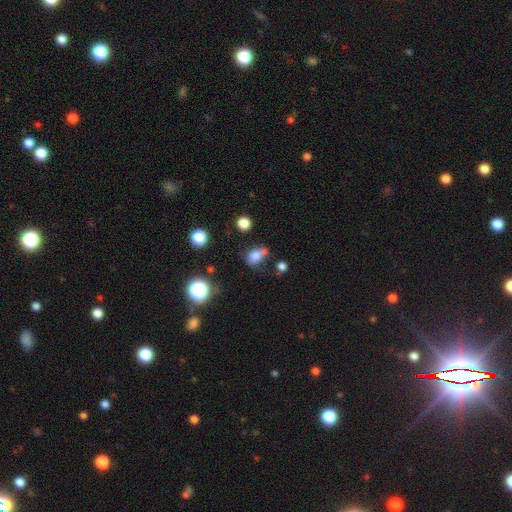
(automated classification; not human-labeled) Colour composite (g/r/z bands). It shows a smooth galaxy with no disk features (75%) that is in between round and cigar-shaped (54%). Merging: none (44%).